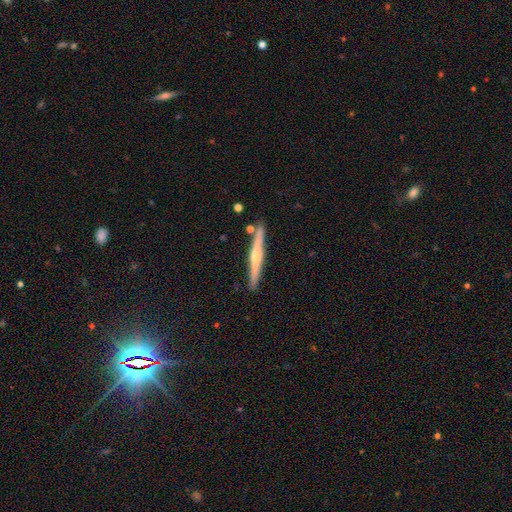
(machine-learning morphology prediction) A featured or disk galaxy (64%) viewed edge-on (97%) with a rounded central bulge (76%). Merging: none (86%).